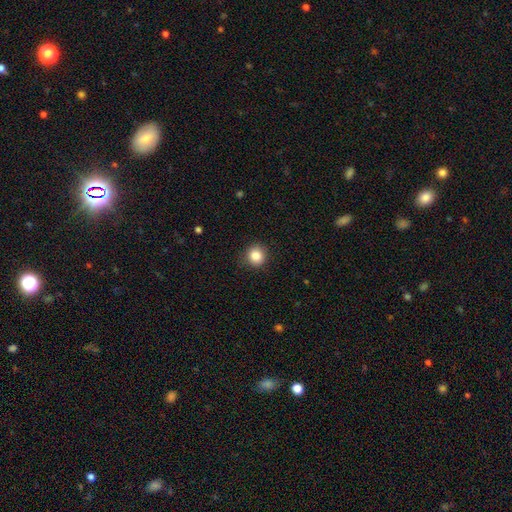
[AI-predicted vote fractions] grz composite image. It shows a smooth galaxy with no disk features (85%) that is round (90%). Merging: none (88%).